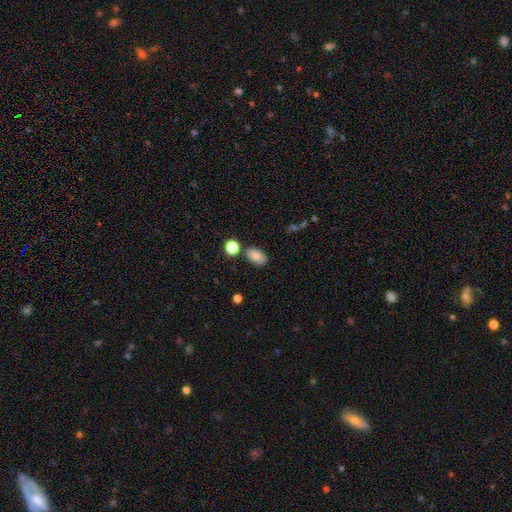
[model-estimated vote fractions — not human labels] Q: Smooth or featured?
A: smooth (83%); runner-up: star or artifact (10%)
Q: How rounded?
A: in between (88%); runner-up: round (11%)
Q: Merging?
A: none (77%); runner-up: minor disturbance (13%)